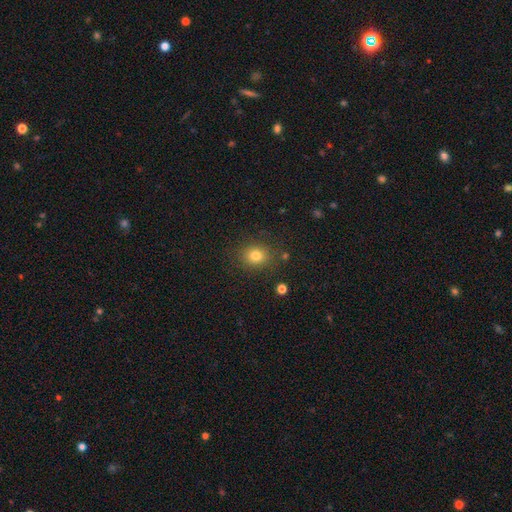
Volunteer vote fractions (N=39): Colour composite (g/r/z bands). It shows a smooth galaxy with no disk features (77%) that is round (77%). Merging: none (94%).